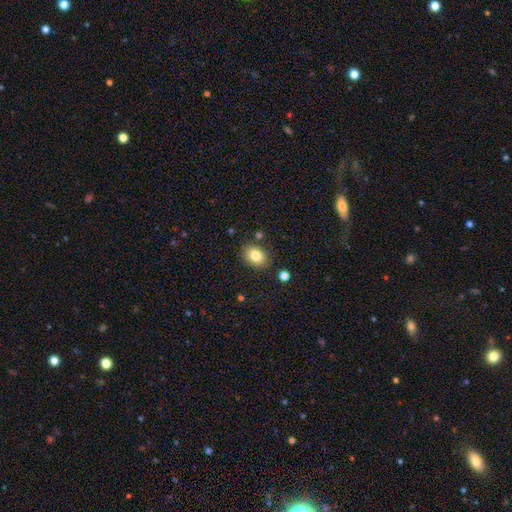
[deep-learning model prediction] Smooth or featured? Predicted: smooth (p=0.82). How rounded? Predicted: in between (p=0.68). Merging? Predicted: none (p=0.83).